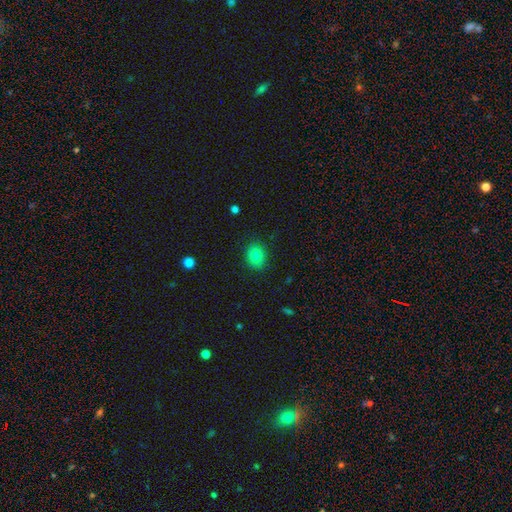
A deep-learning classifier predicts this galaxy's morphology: smooth_or_featured: smooth (p=0.84) [alt: star or artifact p=0.10]
how_rounded: round (p=0.56) [alt: in between p=0.43]
merging: none (p=0.86) [alt: minor disturbance p=0.10]